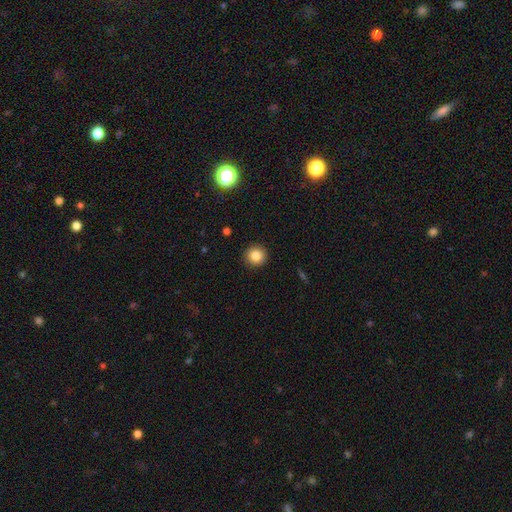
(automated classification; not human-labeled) smooth 84%, star or artifact 11%, featured or disk 5%. Down the decision tree: how rounded — round (94%); merging — none (93%).